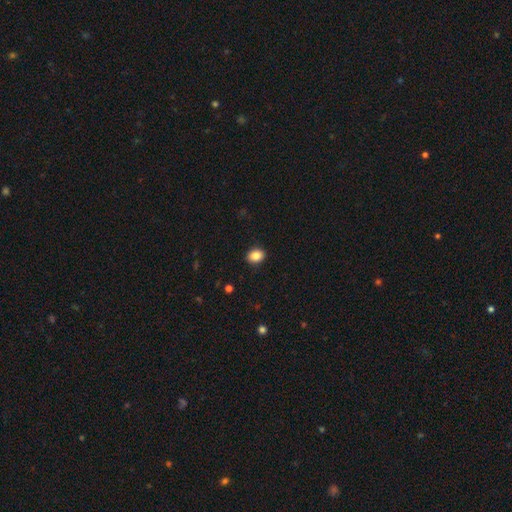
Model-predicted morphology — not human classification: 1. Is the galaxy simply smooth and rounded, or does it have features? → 86% smooth, 9% star or artifact, 5% featured or disk.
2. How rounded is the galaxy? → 57% in between, 42% round, 1% cigar-shaped.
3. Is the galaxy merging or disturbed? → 91% none, 7% minor disturbance, 2% major disturbance, 1% merger.